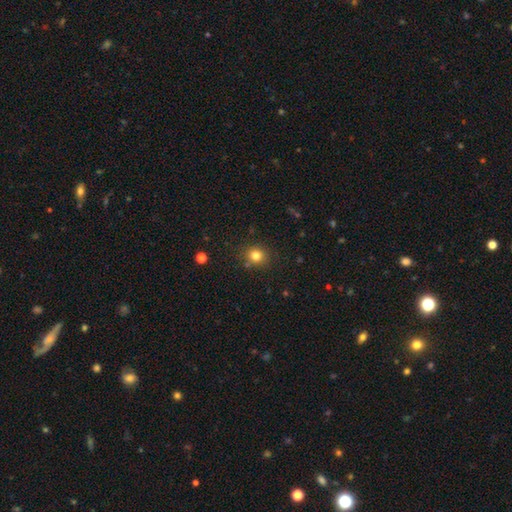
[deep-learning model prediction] Smooth or featured? smooth (80%)
How rounded? round (83%)
Merging? none (84%)